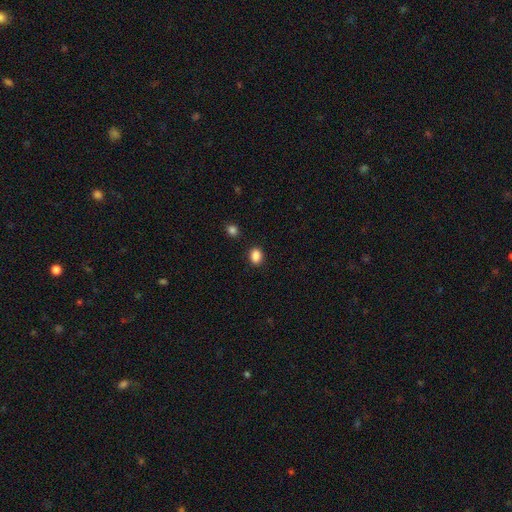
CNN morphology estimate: This appears to be a smooth galaxy with no disk features (87%) that is in between round and cigar-shaped (58%). Merging: none (88%).